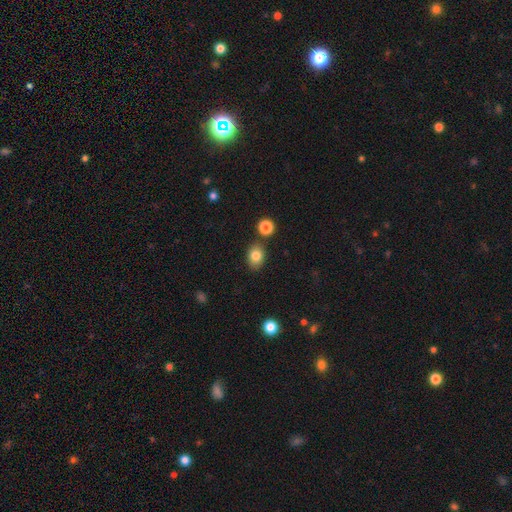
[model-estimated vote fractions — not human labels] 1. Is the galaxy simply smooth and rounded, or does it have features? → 82% smooth, 10% star or artifact, 8% featured or disk.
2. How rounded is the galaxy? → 65% in between, 34% round, 1% cigar-shaped.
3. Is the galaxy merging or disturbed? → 80% none, 11% minor disturbance, 6% merger, 3% major disturbance.